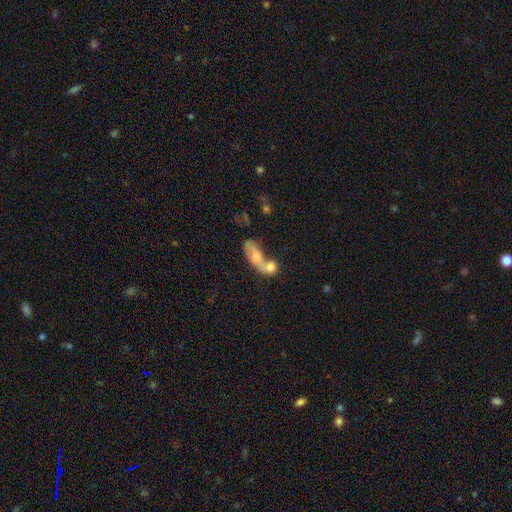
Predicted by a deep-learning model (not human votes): Smooth or featured?
  - smooth: 63% *
  - featured or disk: 29%
  - star or artifact: 9%
How rounded?
  - in between: 68% *
  - round: 17%
  - cigar-shaped: 14%
Merging?
  - merger: 75% *
  - none: 13%
  - major disturbance: 7%
  - minor disturbance: 6%